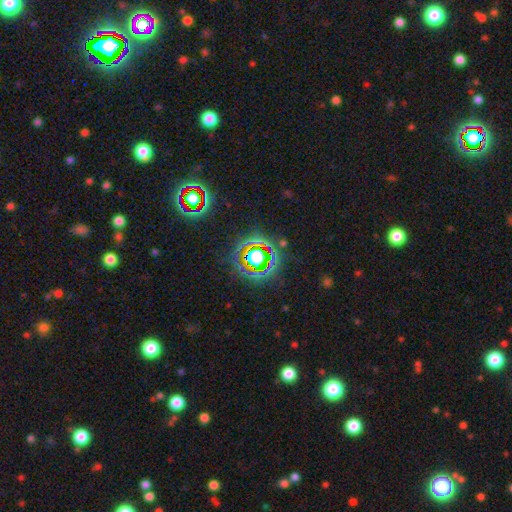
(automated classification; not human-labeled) star or artifact 60%, smooth 23%, featured or disk 17%.